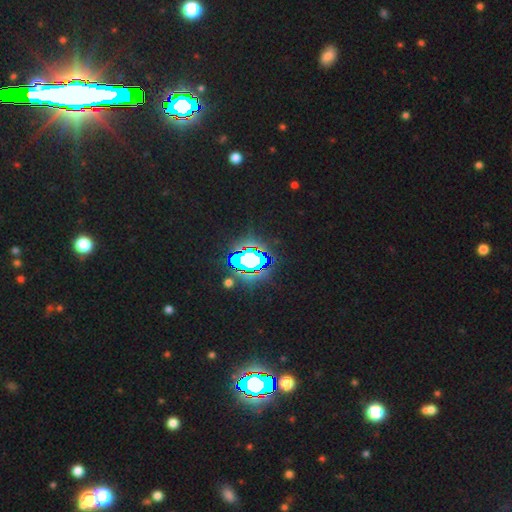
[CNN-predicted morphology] This is clearly a star or artifact rather than a galaxy (83%).